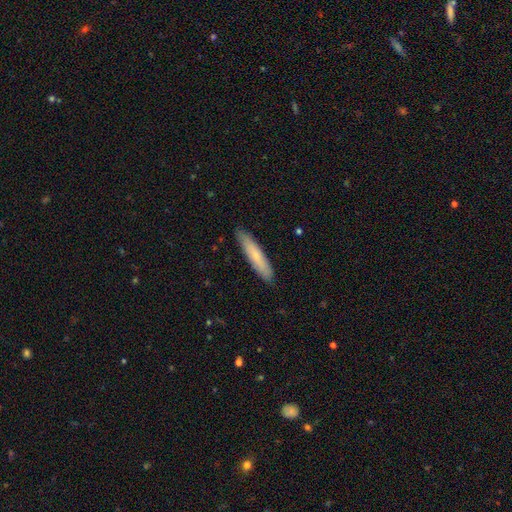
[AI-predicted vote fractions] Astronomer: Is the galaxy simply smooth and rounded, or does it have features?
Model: smooth — 68%.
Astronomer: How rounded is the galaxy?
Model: cigar-shaped — 87%.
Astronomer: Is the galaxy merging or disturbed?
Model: none — 88%.